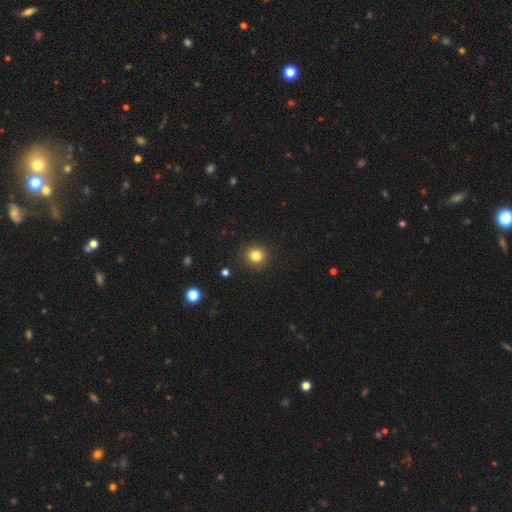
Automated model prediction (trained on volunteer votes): Smooth or featured? Predicted: smooth (p=0.82). How rounded? Predicted: round (p=0.92). Merging? Predicted: none (p=0.92).